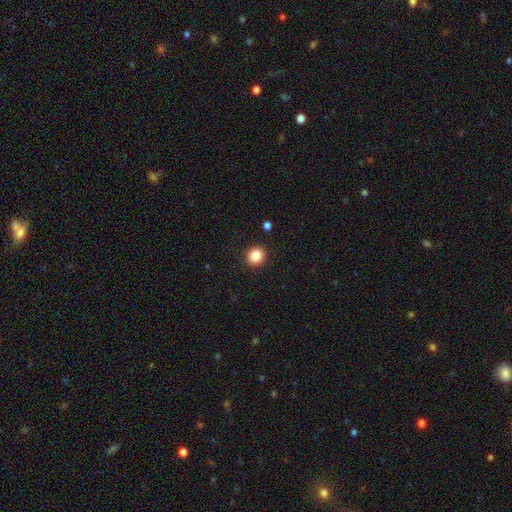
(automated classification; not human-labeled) smooth_or_featured: smooth (p=0.85) [alt: star or artifact p=0.10]
how_rounded: round (p=0.84) [alt: in between p=0.15]
merging: none (p=0.91) [alt: minor disturbance p=0.05]